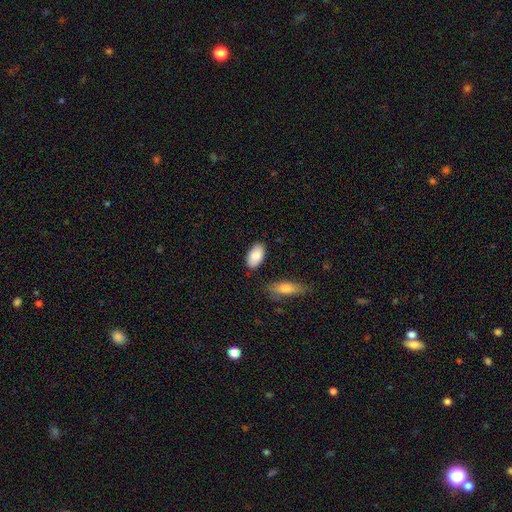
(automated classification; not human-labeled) The model was most divided on "merging": none: 84%, minor disturbance: 10%, merger: 4%, major disturbance: 2%. More confident: how rounded — in between (94%); smooth or featured — smooth (84%).